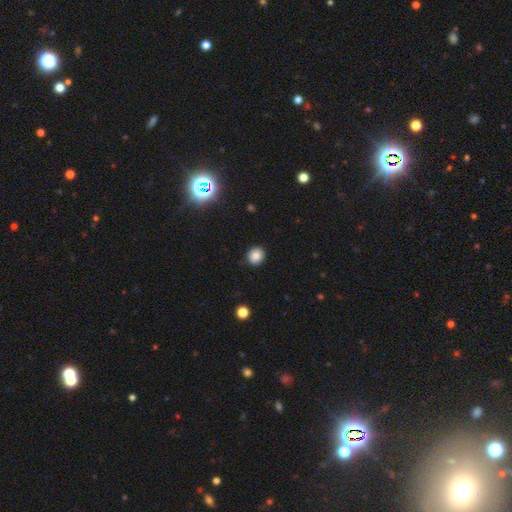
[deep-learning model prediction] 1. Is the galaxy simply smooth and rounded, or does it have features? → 84% smooth, 11% star or artifact, 5% featured or disk.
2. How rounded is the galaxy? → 83% round, 16% in between, 1% cigar-shaped.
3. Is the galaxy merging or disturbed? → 90% none, 7% minor disturbance, 2% major disturbance, 1% merger.